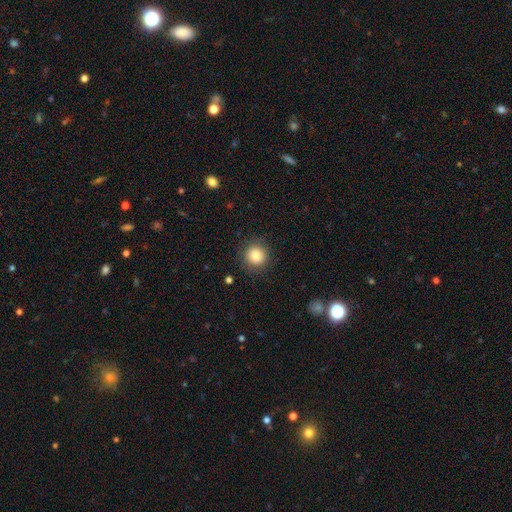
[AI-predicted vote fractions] Smooth or featured? Predicted: smooth (p=0.85). How rounded? Predicted: round (p=0.92). Merging? Predicted: none (p=0.87).